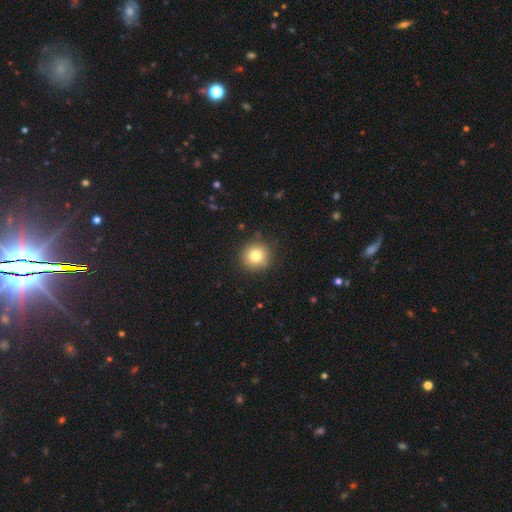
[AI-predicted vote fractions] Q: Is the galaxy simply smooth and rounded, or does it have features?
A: smooth — 79%.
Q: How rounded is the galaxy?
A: round — 93%.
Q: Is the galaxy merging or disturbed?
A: none — 89%.